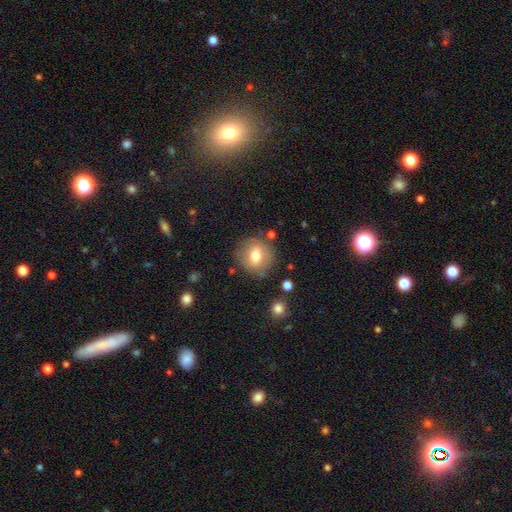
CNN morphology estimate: smooth 69%, featured or disk 22%, star or artifact 9%. Down the decision tree: how rounded — round (83%); merging — none (80%).